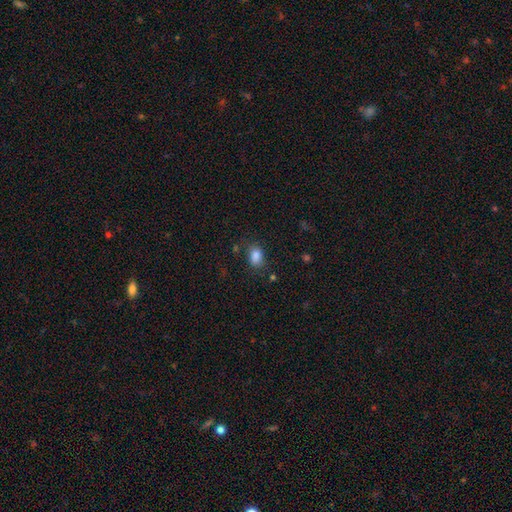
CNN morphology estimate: This appears to be a smooth galaxy with no disk features (85%) that is in between round and cigar-shaped (78%). Merging: none (72%).